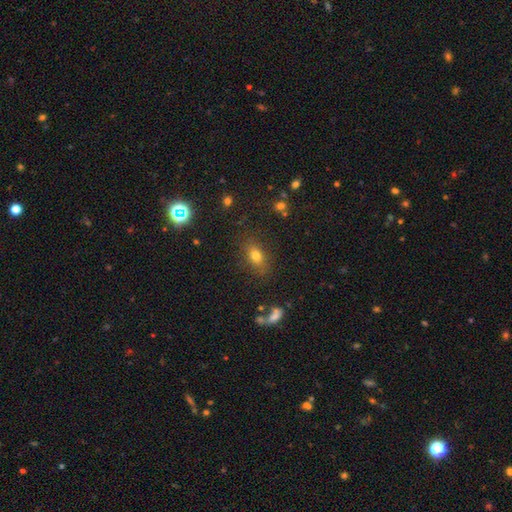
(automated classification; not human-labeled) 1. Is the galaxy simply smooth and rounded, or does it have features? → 71% smooth, 17% star or artifact, 12% featured or disk.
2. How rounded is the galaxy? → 73% in between, 22% round, 5% cigar-shaped.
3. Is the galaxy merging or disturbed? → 80% none, 12% minor disturbance, 5% major disturbance, 3% merger.